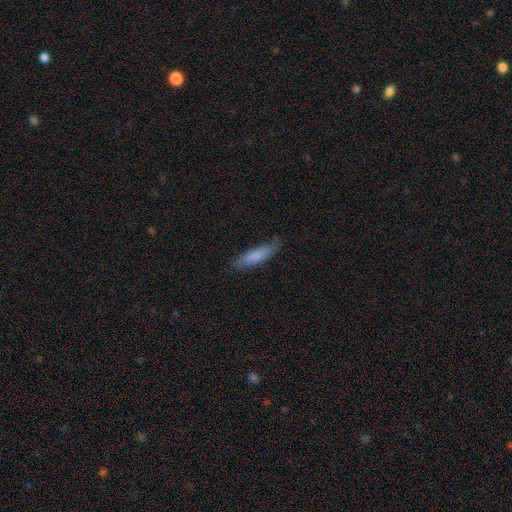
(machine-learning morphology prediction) A smooth galaxy with no disk features (74%) that is cigar-shaped (69%). Merging: none (70%).